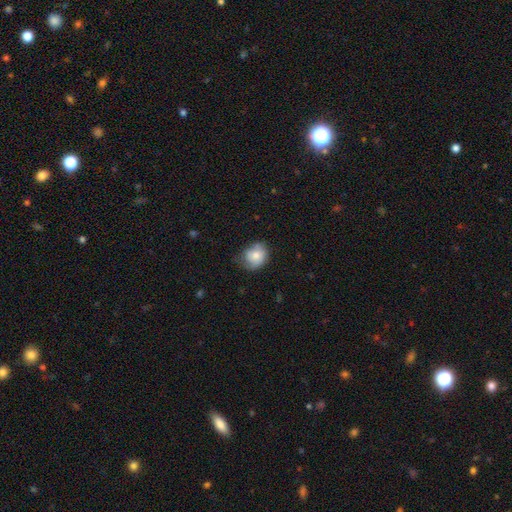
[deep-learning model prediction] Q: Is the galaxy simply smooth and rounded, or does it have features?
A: smooth — 76%.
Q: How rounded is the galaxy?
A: round — 62%.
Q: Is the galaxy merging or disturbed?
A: none — 57%.